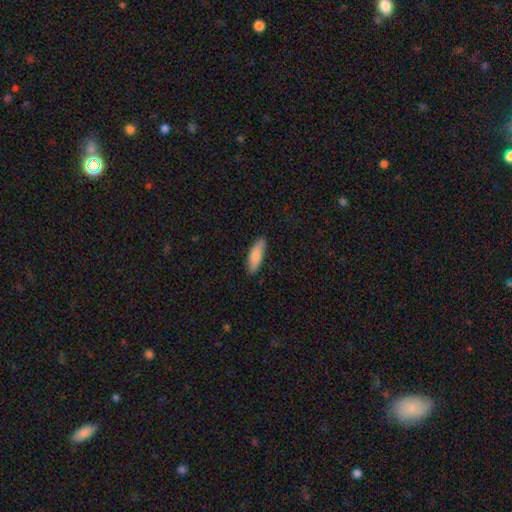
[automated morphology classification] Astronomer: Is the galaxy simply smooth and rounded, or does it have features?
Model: smooth — 82%.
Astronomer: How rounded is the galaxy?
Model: in between — 51% (runner-up: cigar-shaped, 47%).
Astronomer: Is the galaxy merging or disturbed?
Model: none — 85%.